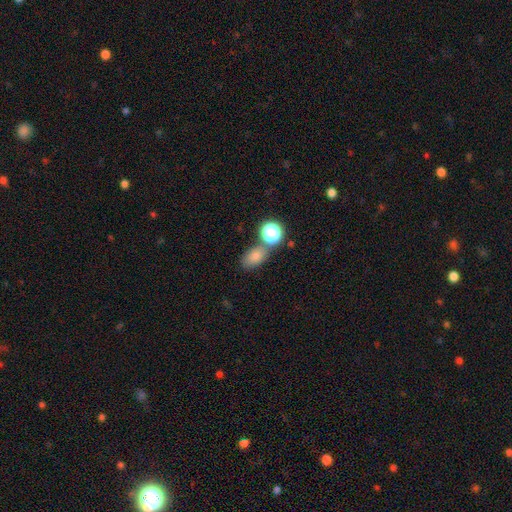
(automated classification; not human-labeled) Overall: smooth (69%). How rounded: in between (73%). Merging: none (69%).